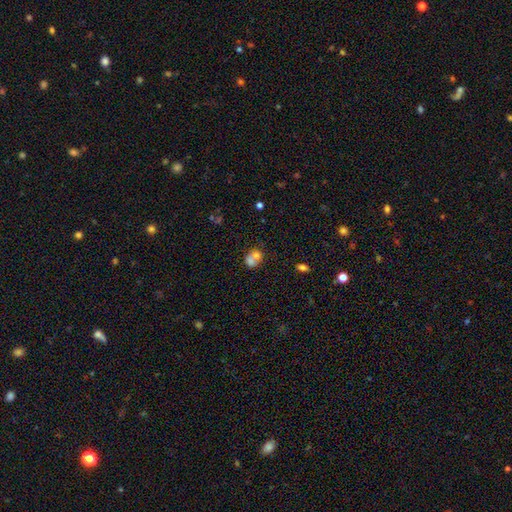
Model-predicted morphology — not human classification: A smooth galaxy with no disk features (68%) that is round (57%).

Vote fractions:
- Smooth or featured? smooth: 68% / featured or disk: 21% / star or artifact: 11%
- How rounded? round: 57% / in between: 42% / cigar-shaped: 1%
- Merging? merger: 64% / none: 24% / minor disturbance: 7% / major disturbance: 4%